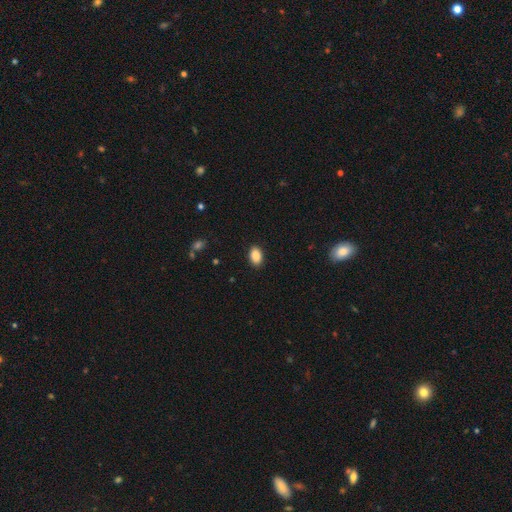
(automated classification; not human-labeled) A smooth galaxy with no disk features (89%) that is in between round and cigar-shaped (89%). Merging: none (90%).